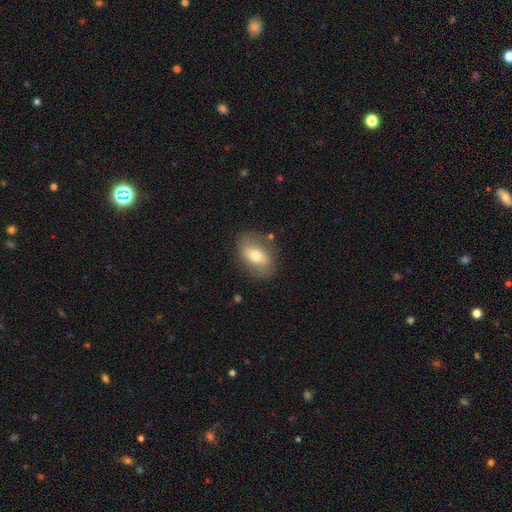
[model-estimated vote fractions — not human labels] Overall: smooth (57%; featured or disk 36%). How rounded: in between (81%). Merging: none (77%).